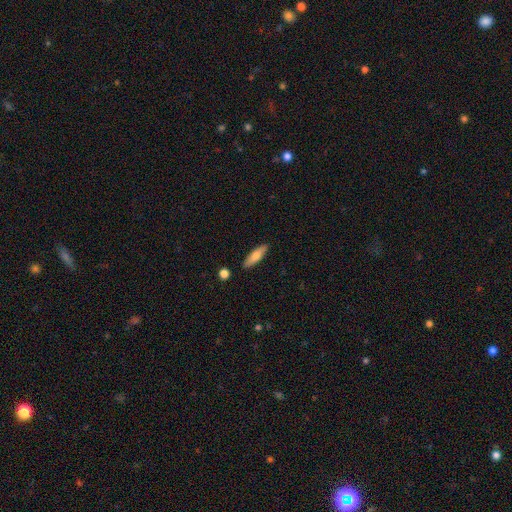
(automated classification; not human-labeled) Smooth or featured: smooth — 70% (featured or disk — 23%)
How rounded: cigar-shaped — 61% (in between — 37%)
Merging: none — 87% (minor disturbance — 9%)